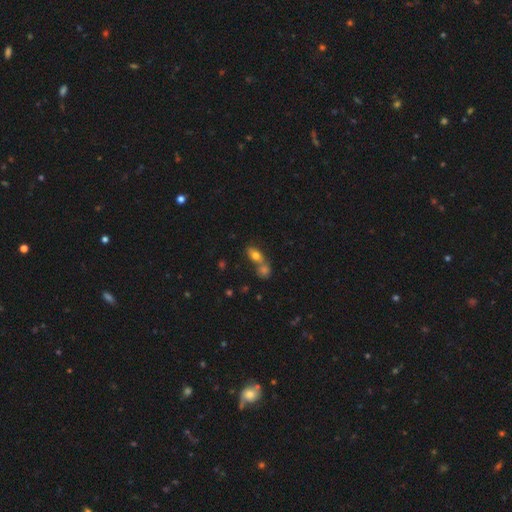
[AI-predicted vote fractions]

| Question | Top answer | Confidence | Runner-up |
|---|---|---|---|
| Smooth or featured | smooth | 74% | featured or disk (15%) |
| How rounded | in between | 79% | round (13%) |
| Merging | merger | 56% | none (33%) |